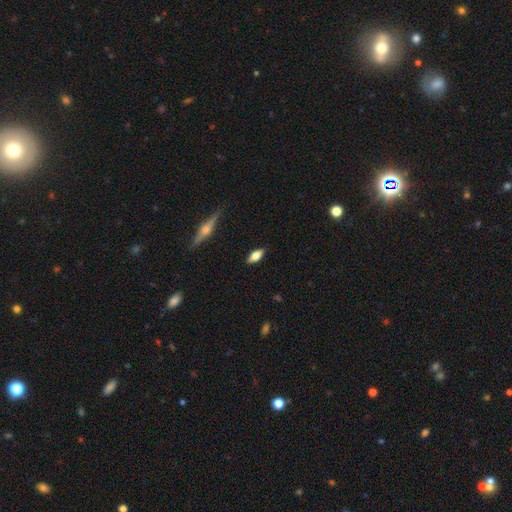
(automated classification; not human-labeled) Overall: smooth (64%; featured or disk 28%). How rounded: in between (77%). Merging: none (86%).